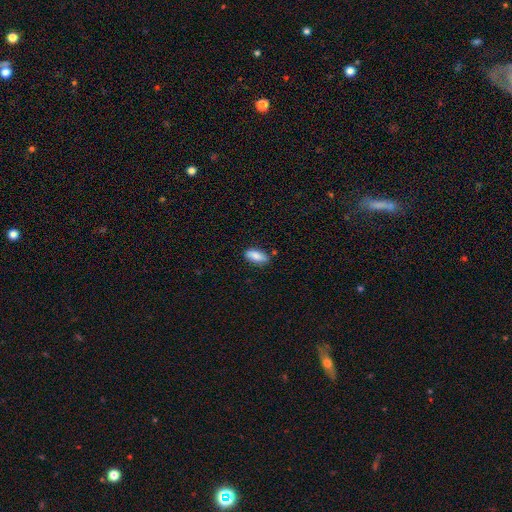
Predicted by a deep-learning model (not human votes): This is clearly a smooth galaxy (85%). How rounded: clearly in between (86%). Merging: likely none (78%).